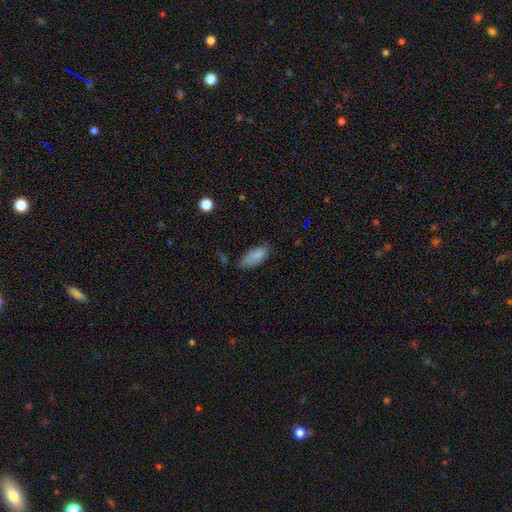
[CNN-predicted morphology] Overall: smooth (85%). How rounded: in between (80%). Merging: none (64%; minor disturbance 27%).